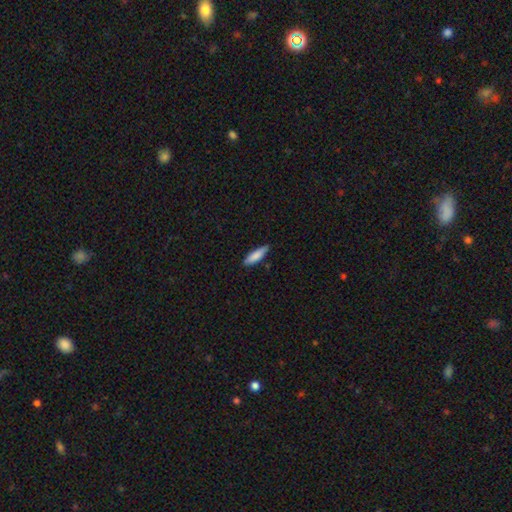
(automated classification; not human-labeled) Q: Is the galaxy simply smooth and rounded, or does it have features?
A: smooth — 83%.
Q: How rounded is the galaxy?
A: cigar-shaped — 65%.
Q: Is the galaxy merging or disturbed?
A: none — 82%.